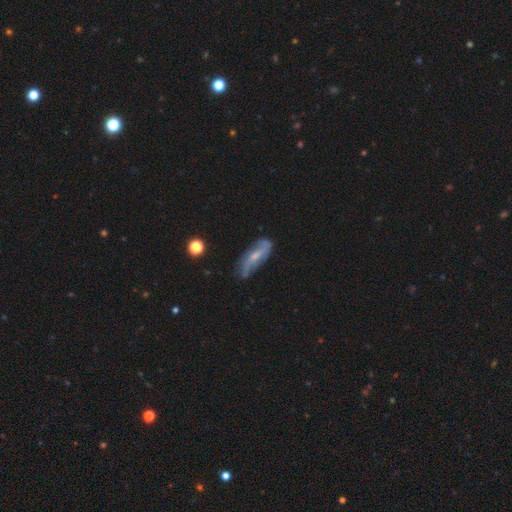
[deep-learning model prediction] The model was most divided on "bar": weak: 44%, no: 35%, strong: 21%. More confident: spiral arms — yes (87%); edge-on disk — no (84%); spiral arm count — 2 (78%); smooth or featured — featured or disk (69%); merging — none (64%); bulge size — small (53%); spiral winding — loose (51%).